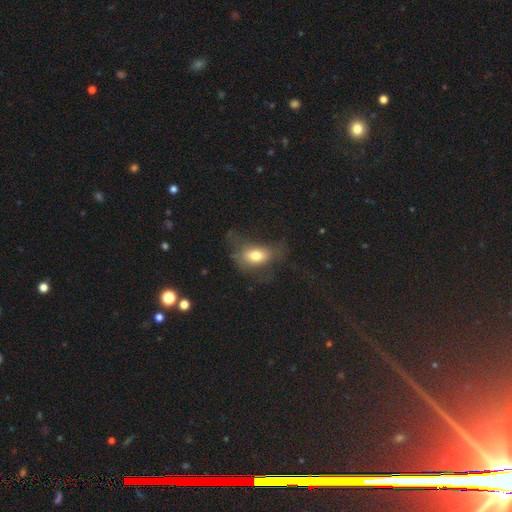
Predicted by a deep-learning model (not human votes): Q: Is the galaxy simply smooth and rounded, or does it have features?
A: smooth — 70%.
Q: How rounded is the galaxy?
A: in between — 78%.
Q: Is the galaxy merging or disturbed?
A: none — 39%.